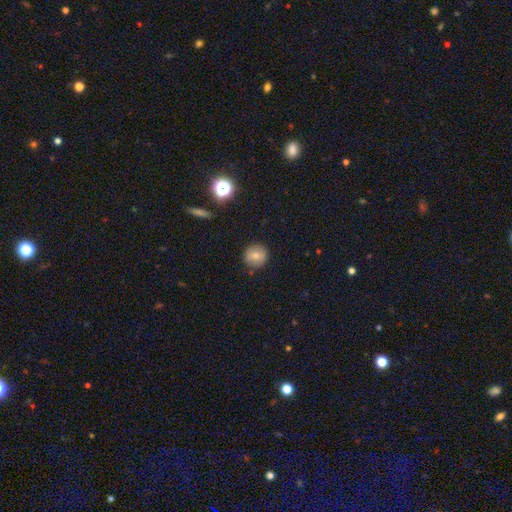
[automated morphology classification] This is likely a smooth galaxy (78%). How rounded: clearly round (90%). Merging: clearly none (88%).